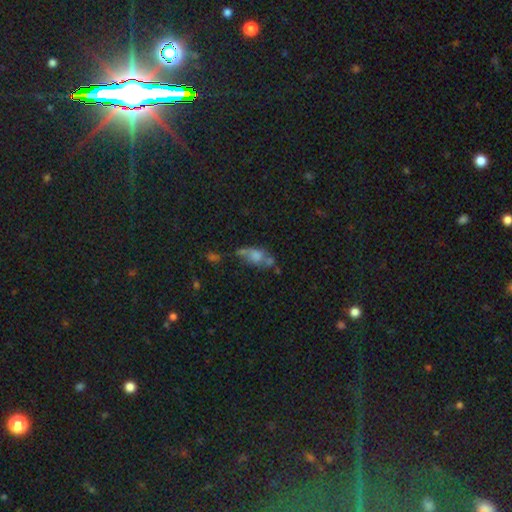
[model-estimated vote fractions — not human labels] The model was most divided on "merging" (2-way tie): merger: 28%, none: 28%, major disturbance: 23%, minor disturbance: 21%. More confident: how rounded — in between (74%); smooth or featured — smooth (55%).